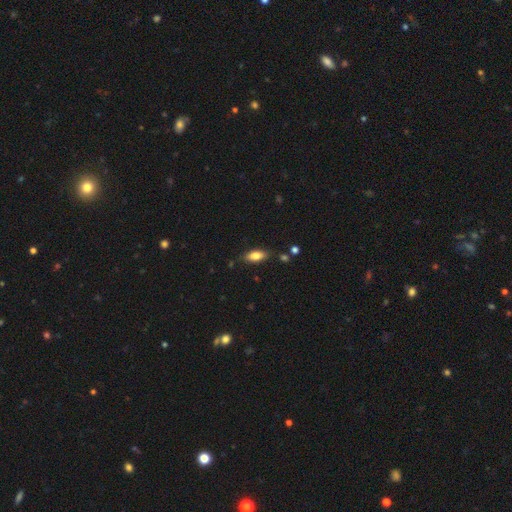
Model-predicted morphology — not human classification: smooth-or-featured: smooth: 77% | featured or disk: 16% | star or artifact: 7%
  how-rounded: in between: 79% | cigar-shaped: 18% | round: 3%
  merging: none: 81% | minor disturbance: 14% | major disturbance: 3% | merger: 2%